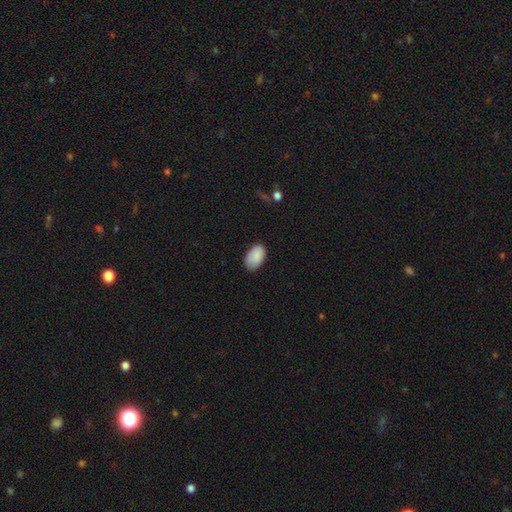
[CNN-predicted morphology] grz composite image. It shows a smooth galaxy with no disk features (89%) that is in between round and cigar-shaped (93%). Merging: none (79%).